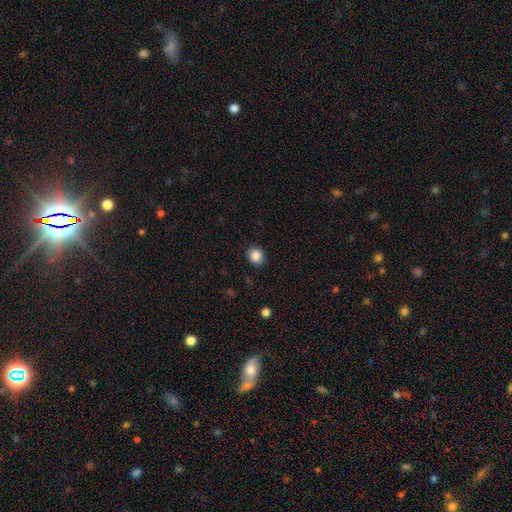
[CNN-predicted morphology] This is clearly a smooth galaxy (87%). How rounded: likely round (67%). Merging: clearly none (89%).